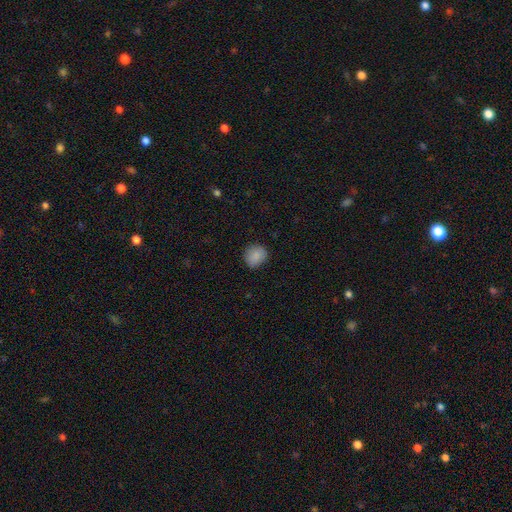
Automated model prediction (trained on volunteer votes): This is clearly a smooth galaxy (86%). How rounded: clearly round (81%). Merging: clearly none (83%).